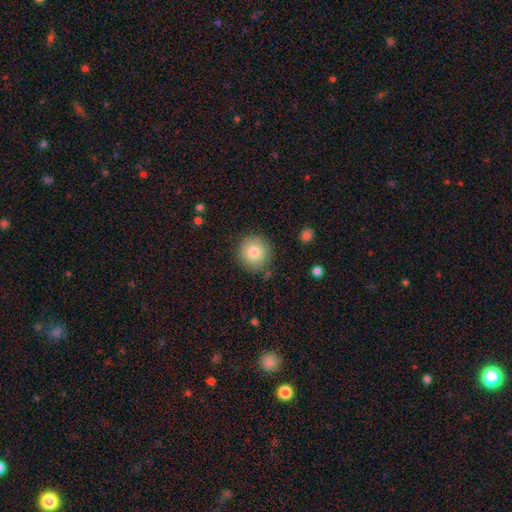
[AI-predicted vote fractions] Smooth or featured? smooth (81%)
How rounded? round (94%)
Merging? none (84%)